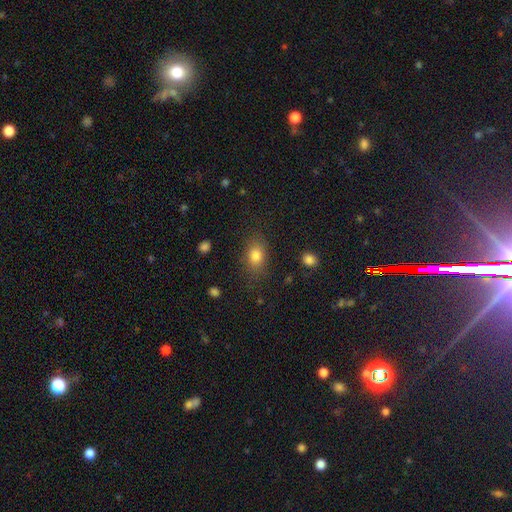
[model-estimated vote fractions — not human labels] This is clearly a smooth galaxy (80%). How rounded: likely in between (72%). Merging: clearly none (81%).